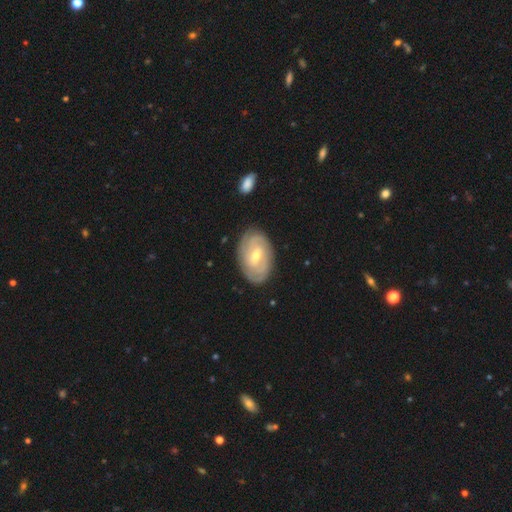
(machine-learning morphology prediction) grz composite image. It shows a featured or disk galaxy (78%) with a weak bar (50%), tight (74%) spiral arms (90%) and a moderate central bulge (52%). Merging: none (83%).